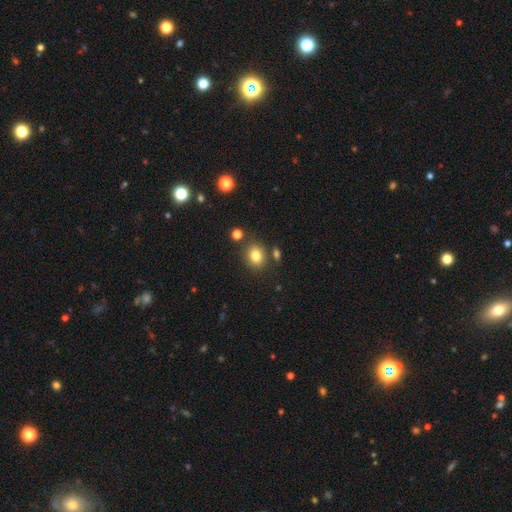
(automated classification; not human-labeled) Smooth or featured?
  - smooth: 81% *
  - star or artifact: 12%
  - featured or disk: 8%
How rounded?
  - round: 55% *
  - in between: 44%
  - cigar-shaped: 1%
Merging?
  - none: 78% *
  - minor disturbance: 11%
  - merger: 8%
  - major disturbance: 3%